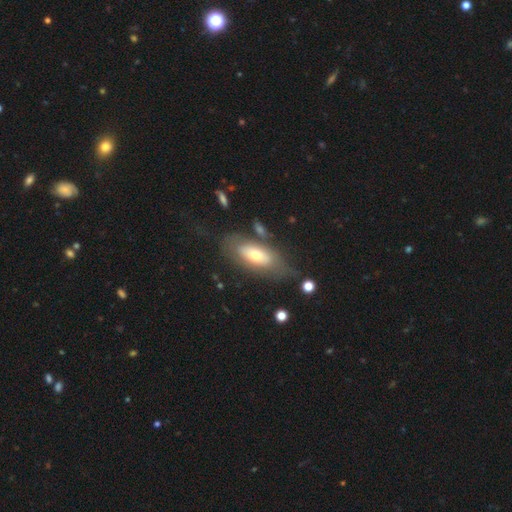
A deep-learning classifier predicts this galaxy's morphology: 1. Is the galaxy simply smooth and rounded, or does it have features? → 53% smooth, 40% featured or disk, 7% star or artifact.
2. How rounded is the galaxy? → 85% in between, 11% cigar-shaped, 4% round.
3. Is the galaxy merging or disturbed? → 63% none, 20% minor disturbance, 11% major disturbance, 6% merger.